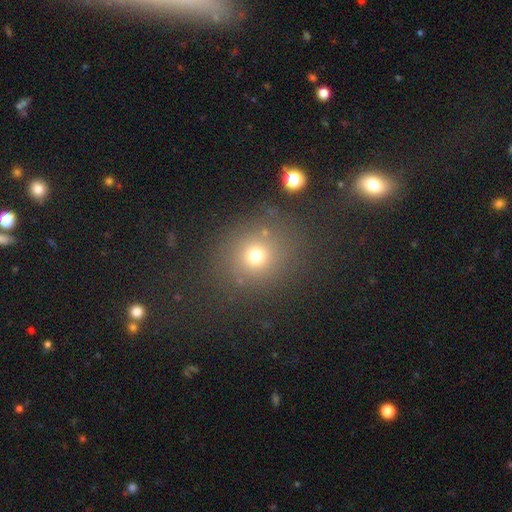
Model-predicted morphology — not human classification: smooth 71%, star or artifact 19%, featured or disk 9%. Down the decision tree: how rounded — round (85%); merging — none (80%).